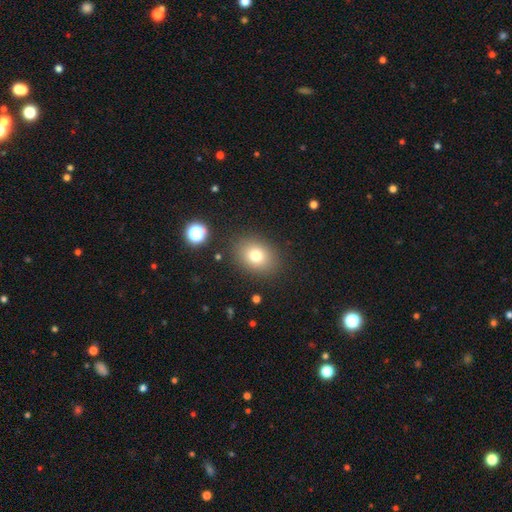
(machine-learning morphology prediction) smooth 77%, star or artifact 13%, featured or disk 10%. Down the decision tree: how rounded — in between (54%); merging — none (86%).